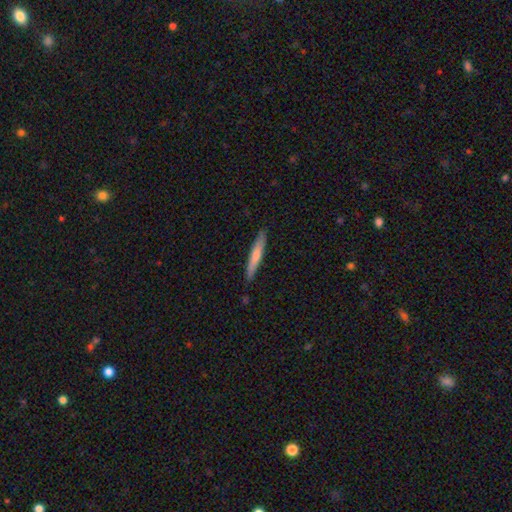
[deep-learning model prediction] The model was most divided on "smooth or featured": smooth: 69%, featured or disk: 25%, star or artifact: 5%. More confident: how rounded — cigar-shaped (93%); merging — none (87%).